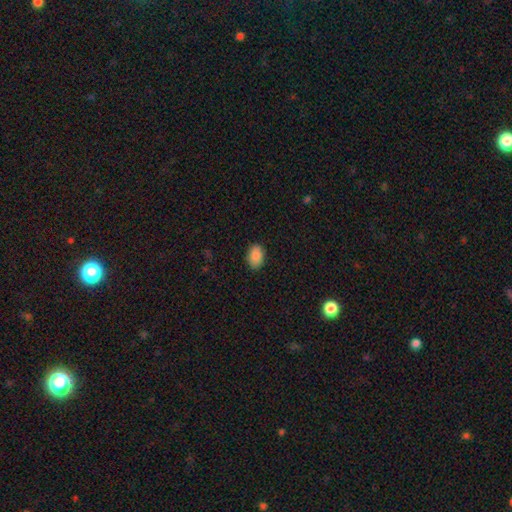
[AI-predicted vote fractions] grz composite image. It shows a smooth galaxy with no disk features (89%) that is in between round and cigar-shaped (88%). Merging: none (88%).